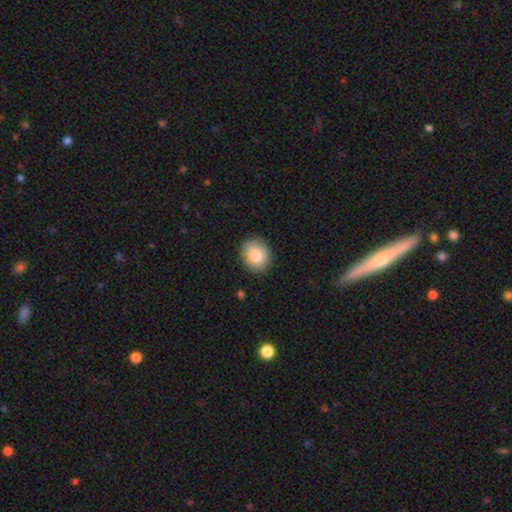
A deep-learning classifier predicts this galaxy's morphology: Overall: smooth (82%). How rounded: round (61%; in between 38%). Merging: none (89%).